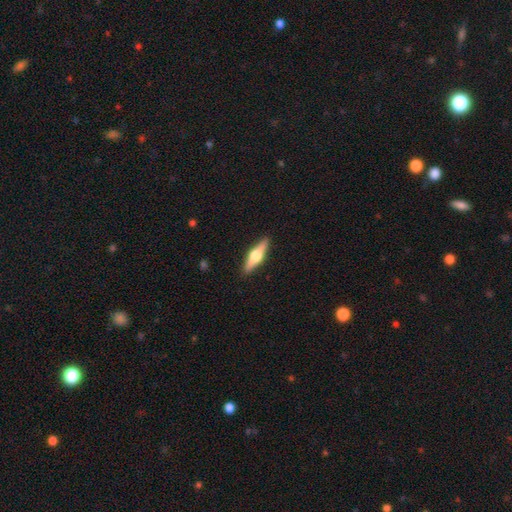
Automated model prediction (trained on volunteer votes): This appears to be a featured or disk galaxy (59%) viewed edge-on (96%) with a rounded central bulge (95%). Merging: none (90%).